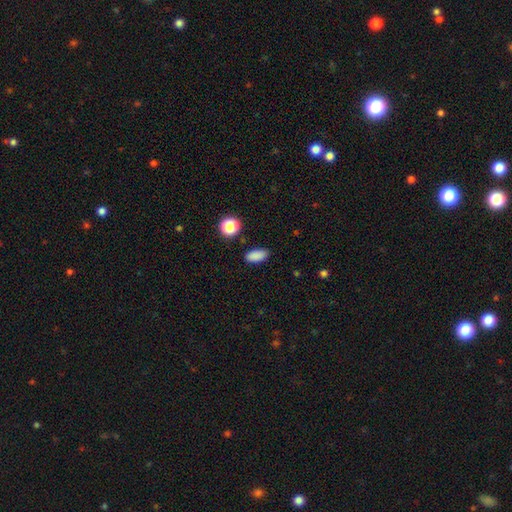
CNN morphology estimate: Smooth or featured?
  - smooth: 87% *
  - star or artifact: 10%
  - featured or disk: 3%
How rounded?
  - in between: 88% *
  - cigar-shaped: 6%
  - round: 6%
Merging?
  - none: 86% *
  - minor disturbance: 10%
  - major disturbance: 2%
  - merger: 2%